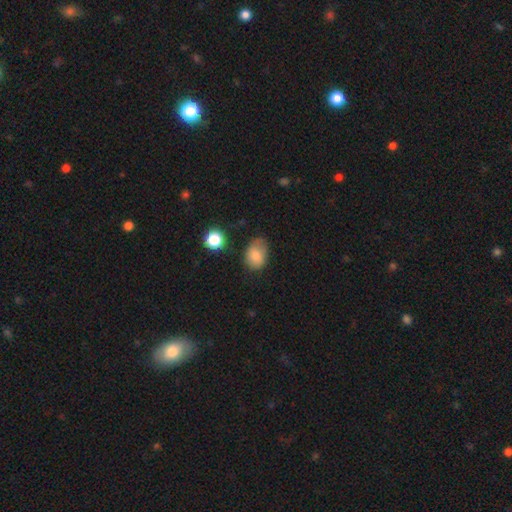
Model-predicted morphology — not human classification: A smooth galaxy with no disk features (80%) that is in between round and cigar-shaped (73%).

Vote fractions:
- Smooth or featured? smooth: 80% / featured or disk: 11% / star or artifact: 10%
- How rounded? in between: 73% / round: 26% / cigar-shaped: 1%
- Merging? none: 53% / minor disturbance: 34% / major disturbance: 10% / merger: 3%